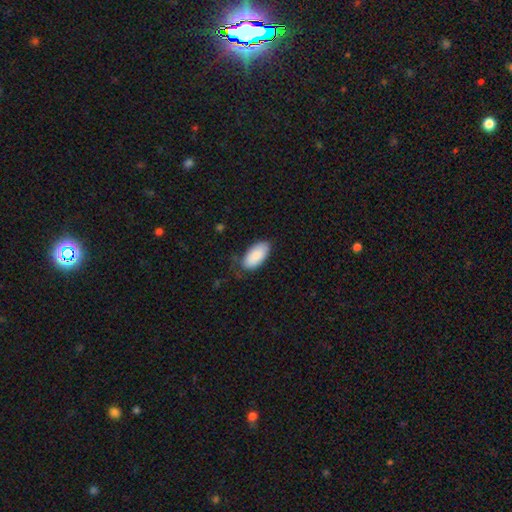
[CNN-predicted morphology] The model was most divided on "merging": none: 69%, minor disturbance: 24%, major disturbance: 6%, merger: 1%. More confident: how rounded — in between (95%); smooth or featured — smooth (88%).